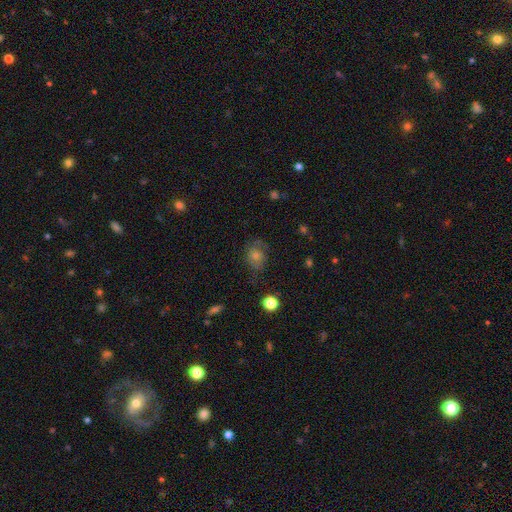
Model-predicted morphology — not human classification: Smooth or featured? Predicted: smooth (p=0.50). Merging? Predicted: none (p=0.67).